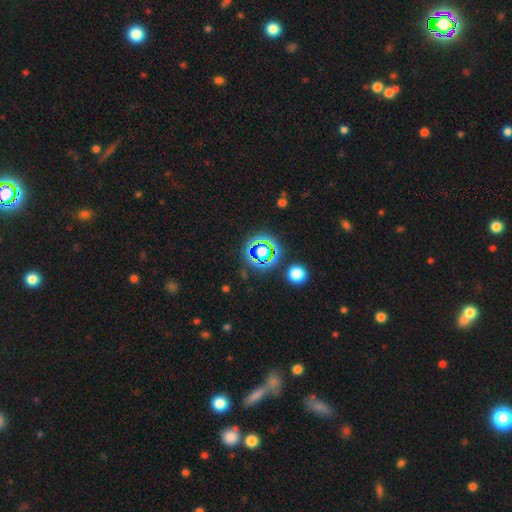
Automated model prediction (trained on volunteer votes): A star or artifact, not a galaxy (75%).